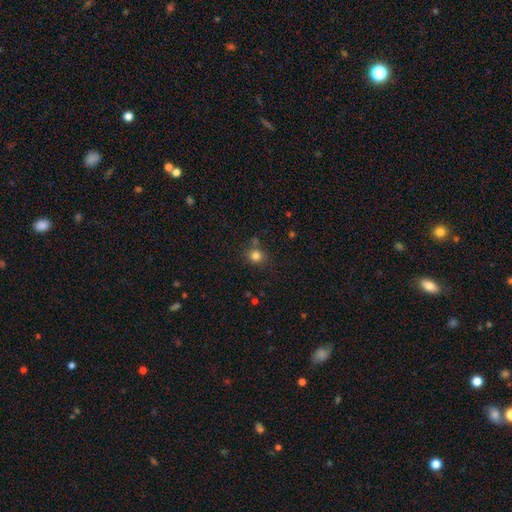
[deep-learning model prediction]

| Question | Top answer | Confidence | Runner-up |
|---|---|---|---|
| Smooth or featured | smooth | 80% | star or artifact (14%) |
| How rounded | round | 84% | in between (16%) |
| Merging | none | 76% | minor disturbance (12%) |